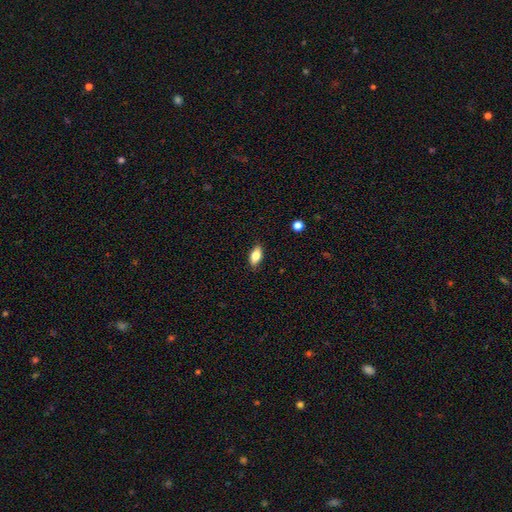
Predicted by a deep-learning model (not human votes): Smooth or featured: smooth — 78% (featured or disk — 14%)
How rounded: in between — 88% (cigar-shaped — 7%)
Merging: none — 86% (minor disturbance — 11%)